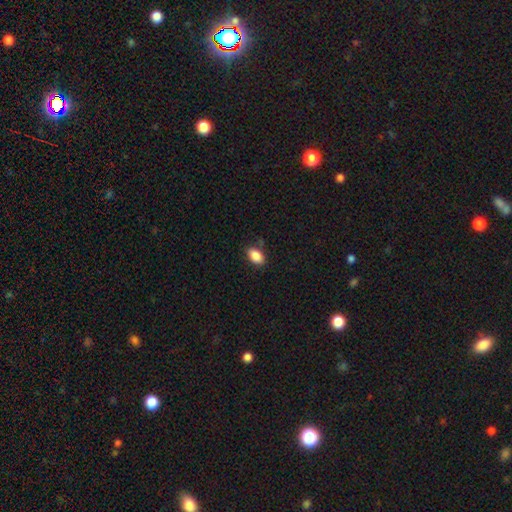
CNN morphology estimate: smooth 88%, star or artifact 8%, featured or disk 4%. Down the decision tree: how rounded — in between (91%); merging — none (82%).